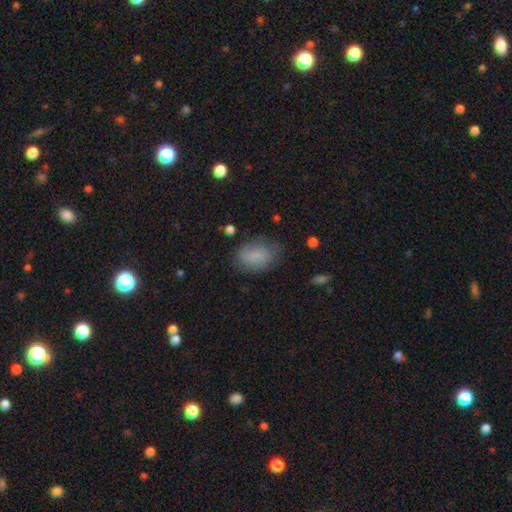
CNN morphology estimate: Smooth or featured? Predicted: smooth (p=0.81). How rounded? Predicted: in between (p=0.85). Merging? Predicted: none (p=0.69).